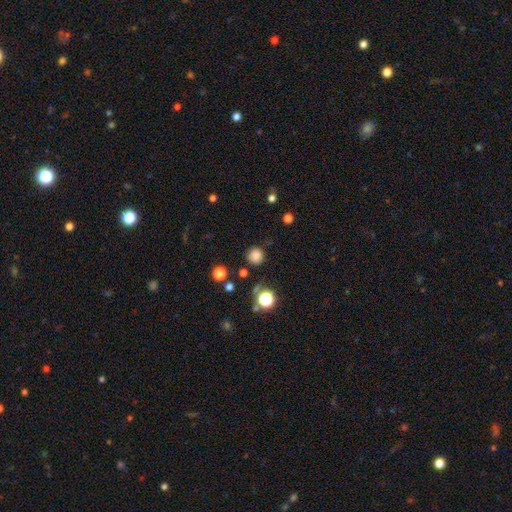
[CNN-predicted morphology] smooth_or_featured: smooth (p=0.80) [alt: star or artifact p=0.15]
how_rounded: round (p=0.94) [alt: in between p=0.06]
merging: none (p=0.83) [alt: minor disturbance p=0.11]